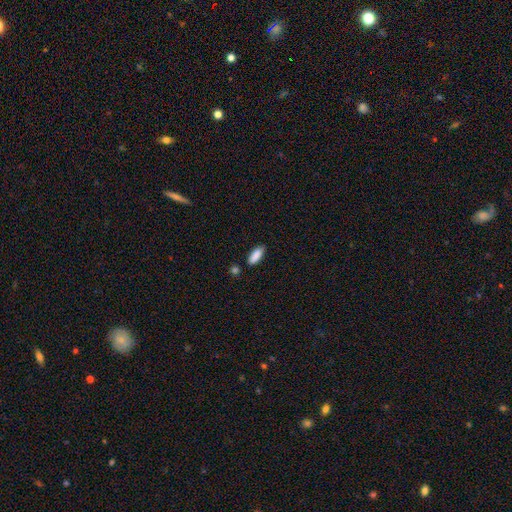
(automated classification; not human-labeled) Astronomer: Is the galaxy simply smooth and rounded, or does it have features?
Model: smooth — 88%.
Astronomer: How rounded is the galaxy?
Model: in between — 72%.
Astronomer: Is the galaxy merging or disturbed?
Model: none — 81%.